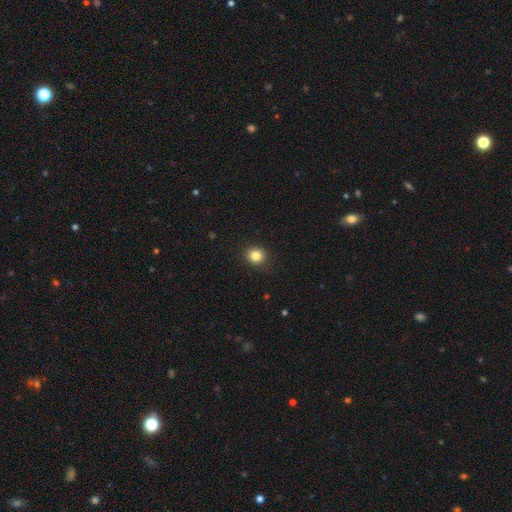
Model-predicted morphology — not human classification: smooth_or_featured: smooth (p=0.84) [alt: star or artifact p=0.11]
how_rounded: round (p=0.85) [alt: in between p=0.14]
merging: none (p=0.91) [alt: minor disturbance p=0.06]